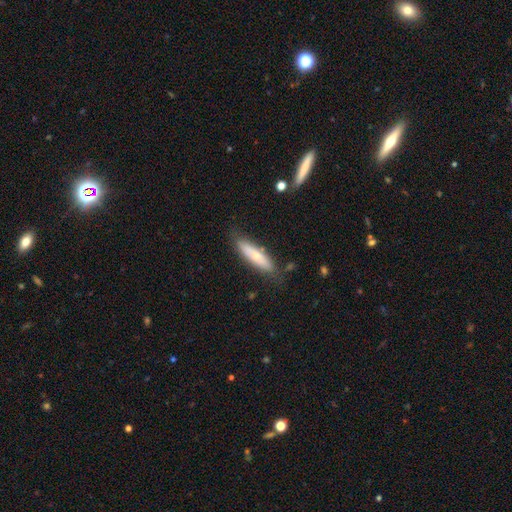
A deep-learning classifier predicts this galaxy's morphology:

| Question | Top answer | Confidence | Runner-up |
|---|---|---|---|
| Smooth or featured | smooth | 61% | featured or disk (33%) |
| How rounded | cigar-shaped | 67% | in between (32%) |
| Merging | none | 79% | minor disturbance (15%) |